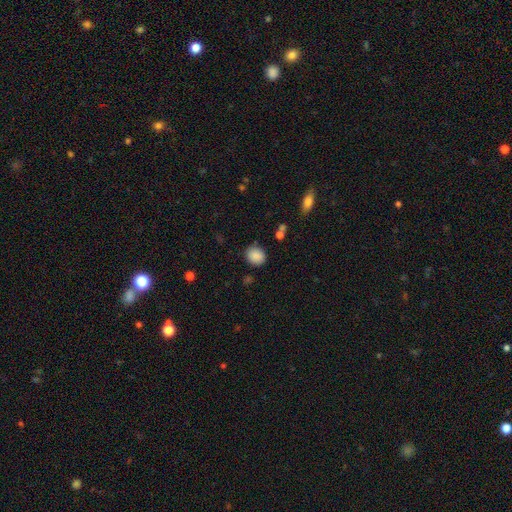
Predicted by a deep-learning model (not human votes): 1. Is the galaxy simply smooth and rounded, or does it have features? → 87% smooth, 9% star or artifact, 4% featured or disk.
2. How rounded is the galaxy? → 71% round, 28% in between, 1% cigar-shaped.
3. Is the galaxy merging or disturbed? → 83% none, 11% minor disturbance, 3% major disturbance, 3% merger.